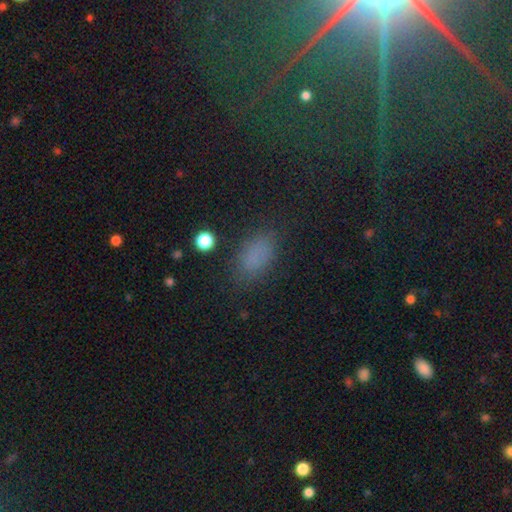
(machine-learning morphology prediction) Smooth or featured? smooth (76%)
How rounded? in between (89%)
Merging? none (78%)